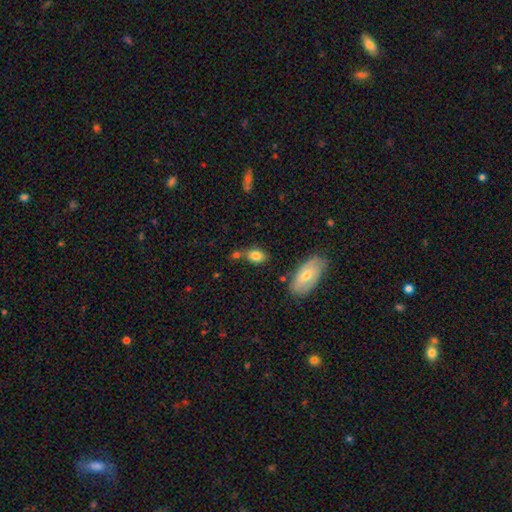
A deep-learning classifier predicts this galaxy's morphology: Q: Smooth or featured?
A: smooth (84%); runner-up: featured or disk (8%)
Q: How rounded?
A: in between (83%); runner-up: round (15%)
Q: Merging?
A: none (62%); runner-up: minor disturbance (18%)